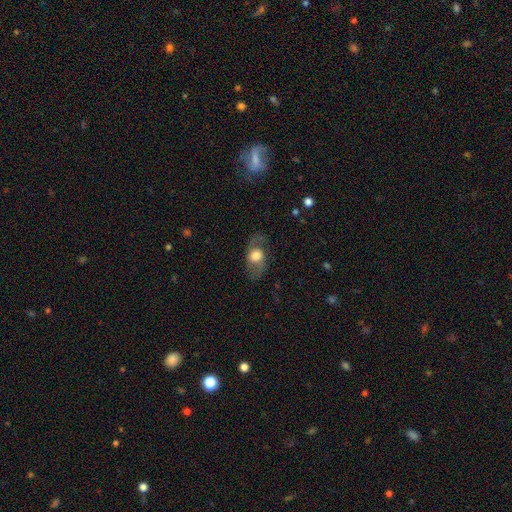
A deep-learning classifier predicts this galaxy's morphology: smooth-or-featured: featured or disk: 50% | smooth: 43% | star or artifact: 7%
  merging: none: 74% | minor disturbance: 15% | major disturbance: 10% | merger: 1%